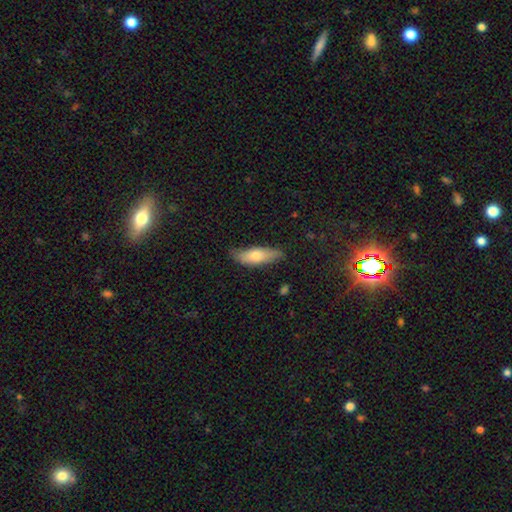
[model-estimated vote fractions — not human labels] The model was most divided on "how rounded": in between: 55%, cigar-shaped: 42%, round: 3%. More confident: merging — none (74%); smooth or featured — smooth (66%).